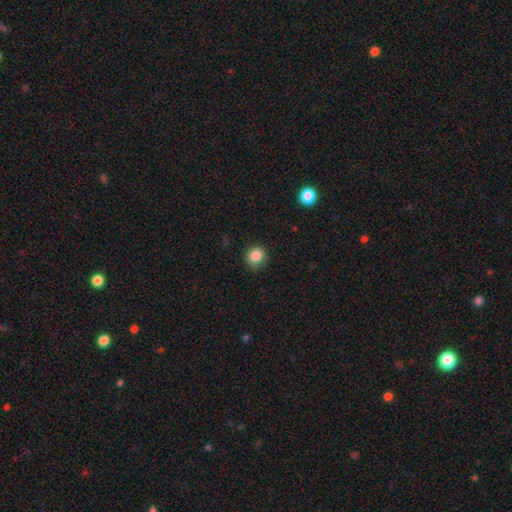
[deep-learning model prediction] A smooth galaxy with no disk features (86%) that is round (87%).

Vote fractions:
- Smooth or featured? smooth: 86% / star or artifact: 10% / featured or disk: 4%
- How rounded? round: 87% / in between: 12% / cigar-shaped: 1%
- Merging? none: 83% / minor disturbance: 13% / major disturbance: 3% / merger: 1%